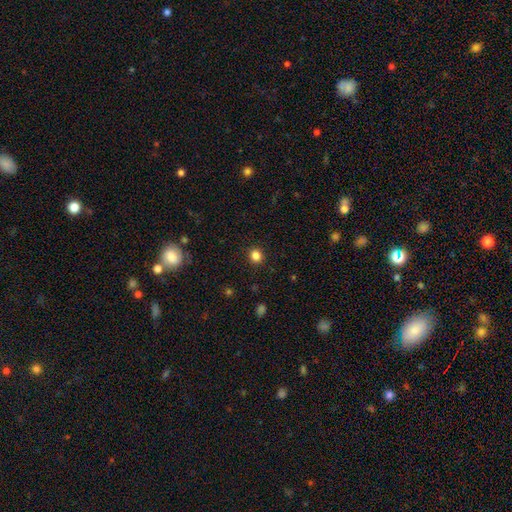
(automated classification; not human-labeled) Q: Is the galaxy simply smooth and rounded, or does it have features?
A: smooth — 83%.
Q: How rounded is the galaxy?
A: round — 90%.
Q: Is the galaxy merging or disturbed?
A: none — 92%.